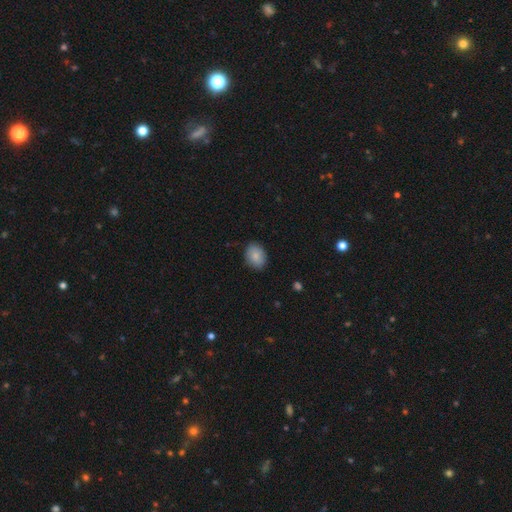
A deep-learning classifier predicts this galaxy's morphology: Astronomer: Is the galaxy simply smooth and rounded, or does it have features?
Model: smooth — 84%.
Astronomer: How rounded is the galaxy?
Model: in between — 65%.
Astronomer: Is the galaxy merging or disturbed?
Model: none — 83%.